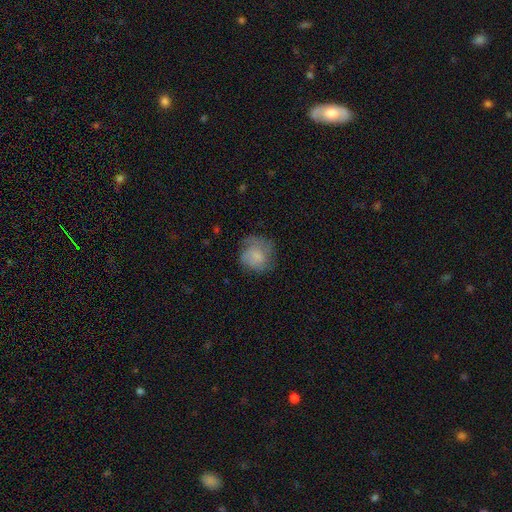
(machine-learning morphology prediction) Smooth or featured? smooth (64%)
How rounded? round (79%)
Merging? none (55%)